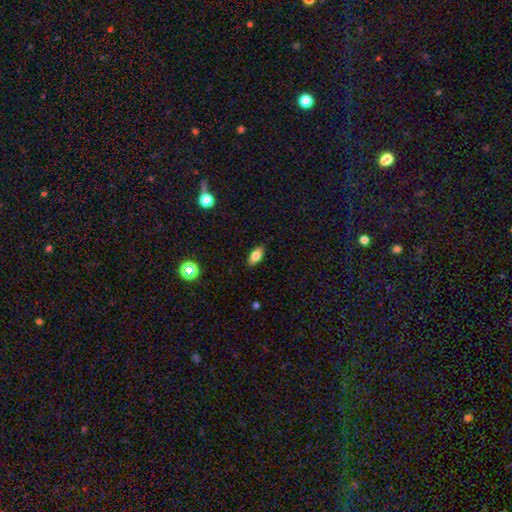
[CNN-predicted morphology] Overall: smooth (79%). How rounded: in between (88%). Merging: none (87%).